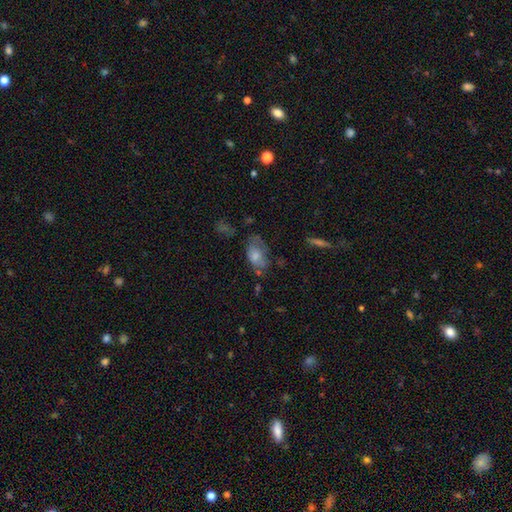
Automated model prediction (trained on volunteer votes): smooth 66%, featured or disk 25%, star or artifact 9%. Down the decision tree: how rounded — in between (89%); merging — none (39%).